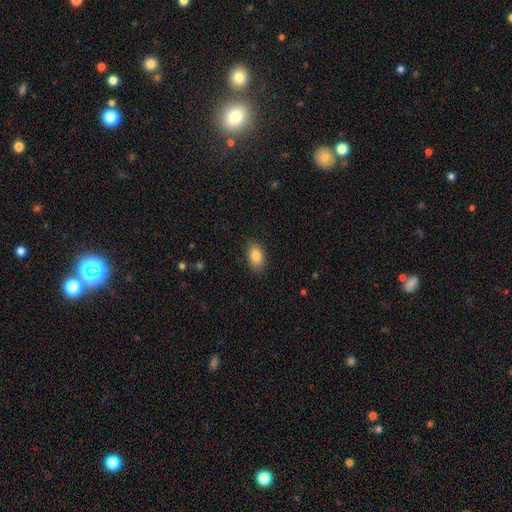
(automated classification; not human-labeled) smooth_or_featured: smooth (p=0.86) [alt: star or artifact p=0.08]
how_rounded: in between (p=0.89) [alt: round p=0.09]
merging: none (p=0.86) [alt: minor disturbance p=0.11]